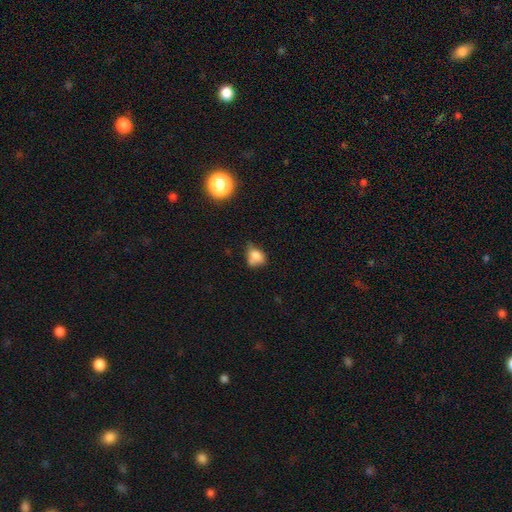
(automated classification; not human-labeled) A smooth galaxy with no disk features (73%) that is in between round and cigar-shaped (58%).

Vote fractions:
- Smooth or featured? smooth: 73% / featured or disk: 15% / star or artifact: 12%
- How rounded? in between: 58% / round: 40% / cigar-shaped: 2%
- Merging? none: 36% / minor disturbance: 35% / major disturbance: 15% / merger: 13%